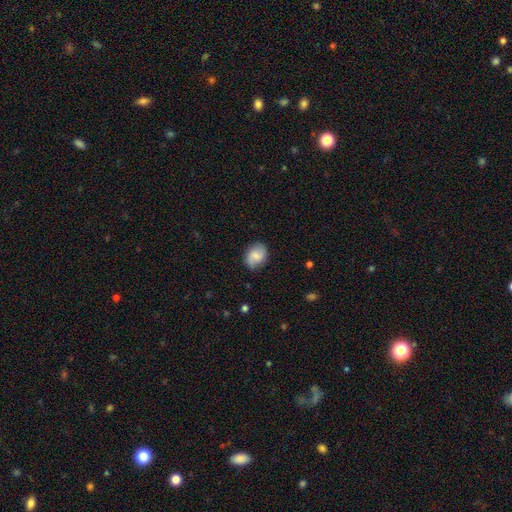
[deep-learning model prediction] Smooth or featured?
  - smooth: 66% *
  - featured or disk: 26%
  - star or artifact: 8%
How rounded?
  - in between: 59% *
  - round: 40%
  - cigar-shaped: 1%
Merging?
  - none: 78% *
  - minor disturbance: 17%
  - major disturbance: 4%
  - merger: 1%